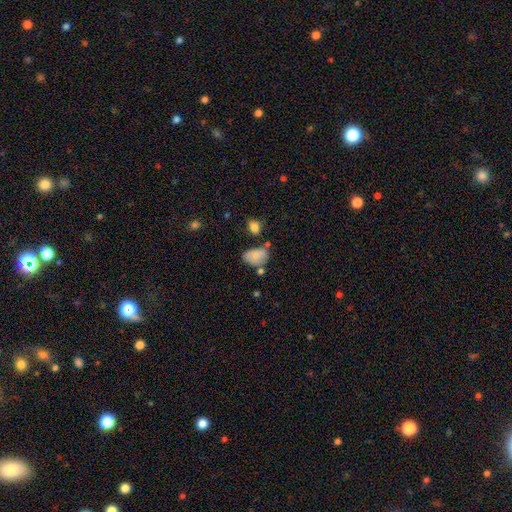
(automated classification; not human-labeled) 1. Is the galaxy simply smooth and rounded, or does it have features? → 77% smooth, 15% featured or disk, 8% star or artifact.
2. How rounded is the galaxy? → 86% in between, 13% round, 1% cigar-shaped.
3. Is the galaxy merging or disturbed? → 48% none, 28% minor disturbance, 16% merger, 9% major disturbance.